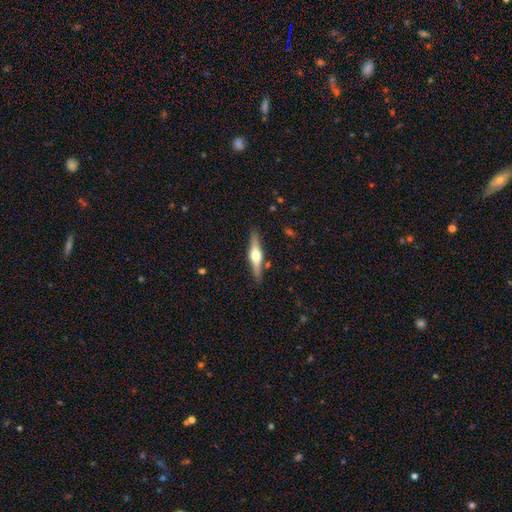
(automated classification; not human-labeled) Smooth or featured?
  - featured or disk: 64% *
  - smooth: 31%
  - star or artifact: 6%
Edge-on disk?
  - yes: 96% *
  - no: 4%
Edge-on bulge?
  - rounded: 94% *
  - boxy: 4%
  - none: 2%
Merging?
  - none: 87% *
  - minor disturbance: 9%
  - merger: 2%
  - major disturbance: 2%